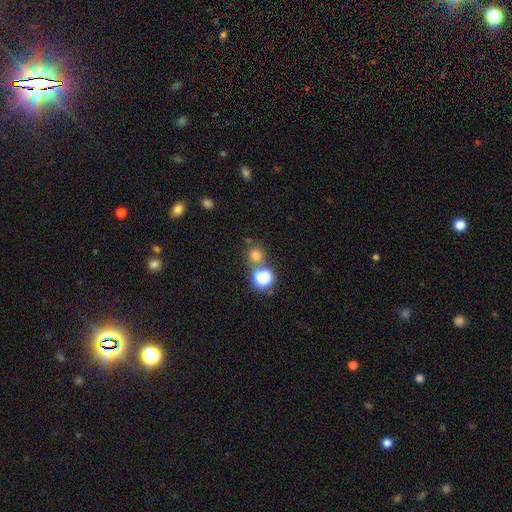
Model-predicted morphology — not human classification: This appears to be a smooth galaxy with no disk features (71%) that is round (90%). Merging: none (72%).